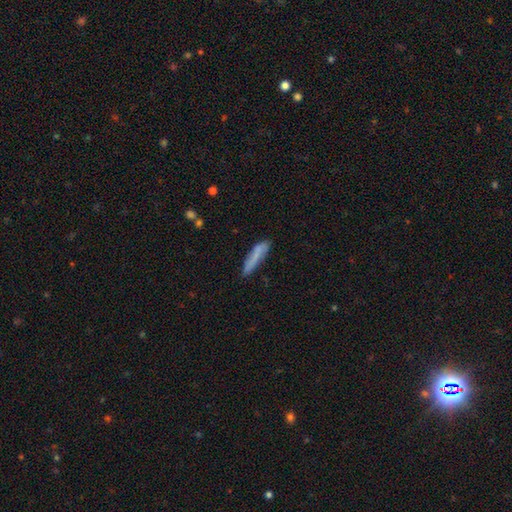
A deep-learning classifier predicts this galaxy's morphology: smooth-or-featured: smooth: 69% | featured or disk: 24% | star or artifact: 7%
  how-rounded: cigar-shaped: 85% | in between: 13% | round: 2%
  merging: none: 70% | minor disturbance: 21% | major disturbance: 5% | merger: 3%